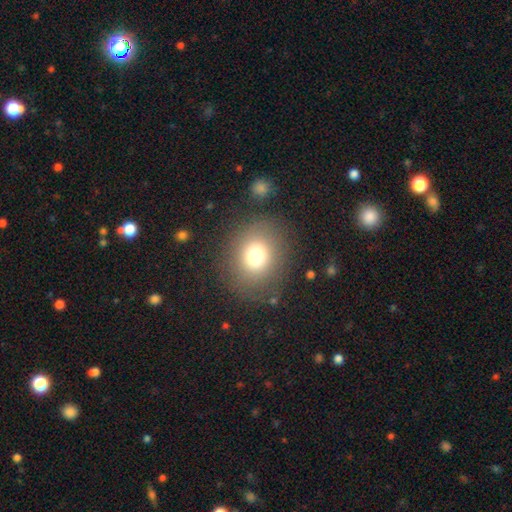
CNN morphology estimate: smooth_or_featured: smooth (p=0.76) [alt: star or artifact p=0.13]
how_rounded: round (p=0.70) [alt: in between p=0.29]
merging: none (p=0.82) [alt: minor disturbance p=0.10]